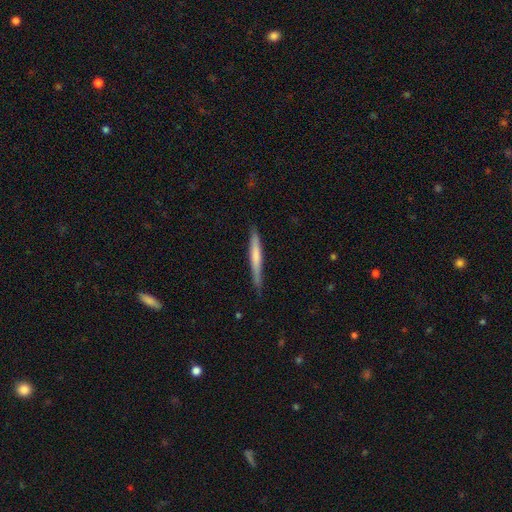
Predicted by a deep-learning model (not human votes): The model was most divided on "smooth or featured": smooth: 58%, featured or disk: 37%, star or artifact: 5%. More confident: how rounded — cigar-shaped (96%); merging — none (82%).